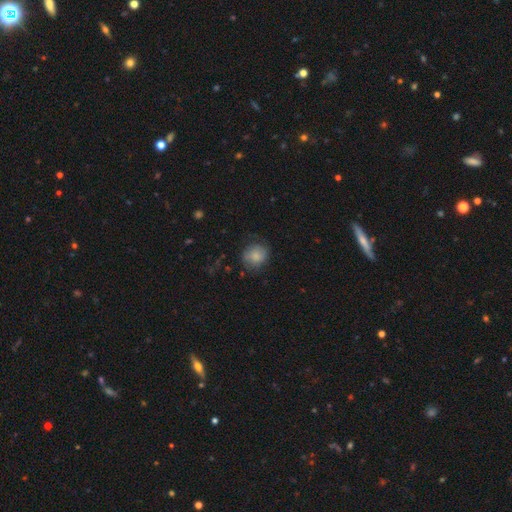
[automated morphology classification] Smooth or featured: smooth — 78% (featured or disk — 14%)
How rounded: round — 80% (in between — 19%)
Merging: none — 68% (minor disturbance — 22%)